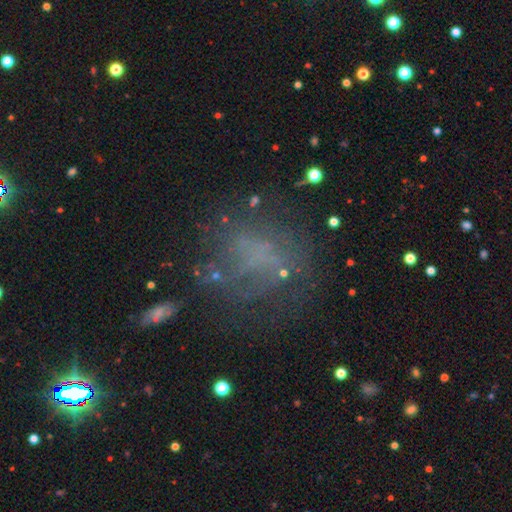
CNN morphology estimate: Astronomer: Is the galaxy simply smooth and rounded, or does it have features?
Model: featured or disk — 37% (runner-up: smooth, 32%).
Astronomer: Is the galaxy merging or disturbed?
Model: none — 57%.